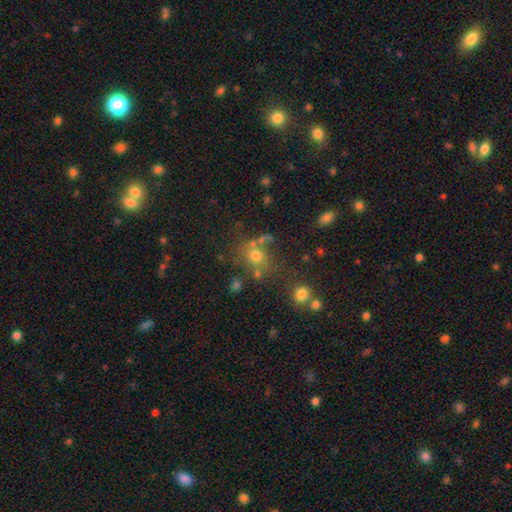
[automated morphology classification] A smooth galaxy with no disk features (65%) that is round (73%).

Vote fractions:
- Smooth or featured? smooth: 65% / star or artifact: 21% / featured or disk: 13%
- How rounded? round: 73% / in between: 26% / cigar-shaped: 1%
- Merging? none: 59% / merger: 19% / minor disturbance: 14% / major disturbance: 8%